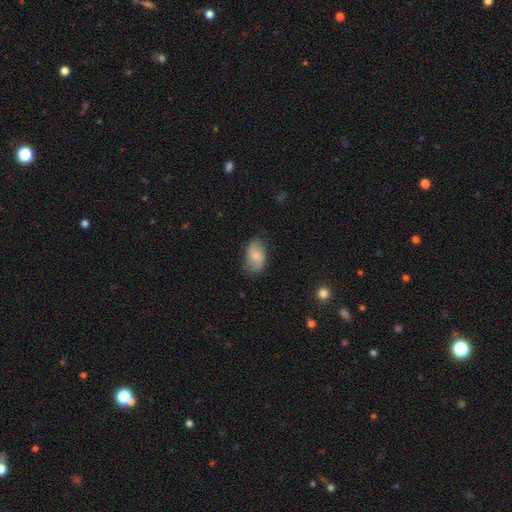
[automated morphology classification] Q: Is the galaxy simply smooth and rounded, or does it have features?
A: smooth — 51%.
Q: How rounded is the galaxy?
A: in between — 89%.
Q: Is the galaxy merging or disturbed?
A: none — 72%.